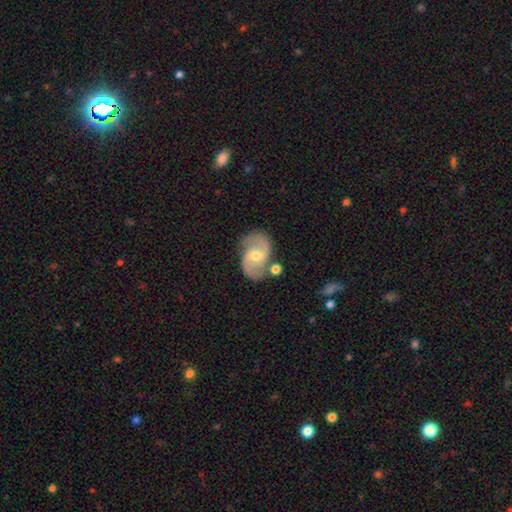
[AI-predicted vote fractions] The model was most divided on "spiral winding": medium: 49%, loose: 35%, tight: 16%. Remaining: edge-on disk — no (97%); spiral arms — yes (92%); spiral arm count — 2 (91%); smooth or featured — featured or disk (78%); merging — none (72%); bulge size — moderate (59%); bar — weak (50%).